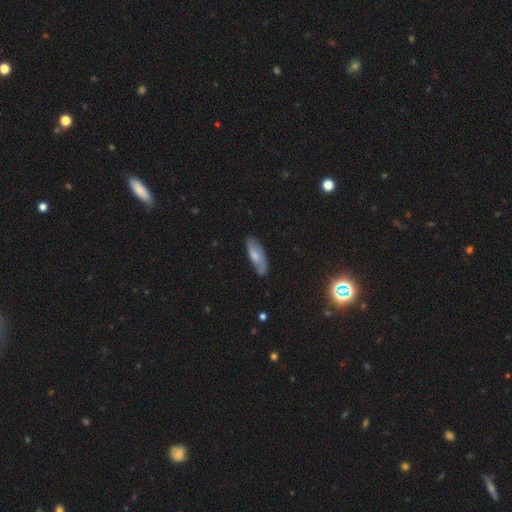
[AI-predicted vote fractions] smooth-or-featured: smooth: 61% | featured or disk: 32% | star or artifact: 7%
  how-rounded: in between: 64% | cigar-shaped: 34% | round: 2%
  merging: none: 73% | minor disturbance: 21% | major disturbance: 4% | merger: 2%